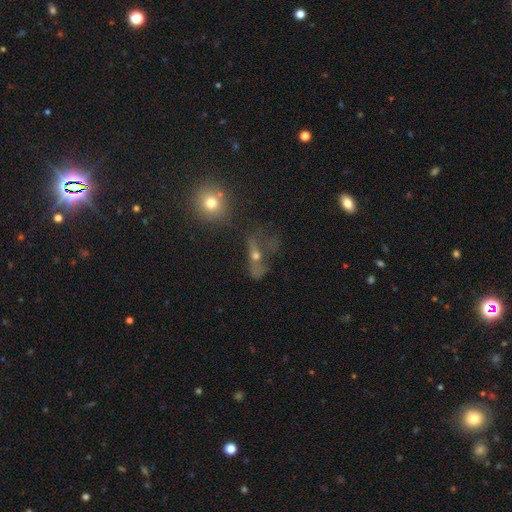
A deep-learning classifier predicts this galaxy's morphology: Smooth or featured?
  - featured or disk: 42% *
  - smooth: 33%
  - star or artifact: 25%
Merging?
  - none: 39% *
  - major disturbance: 32%
  - minor disturbance: 17%
  - merger: 13%